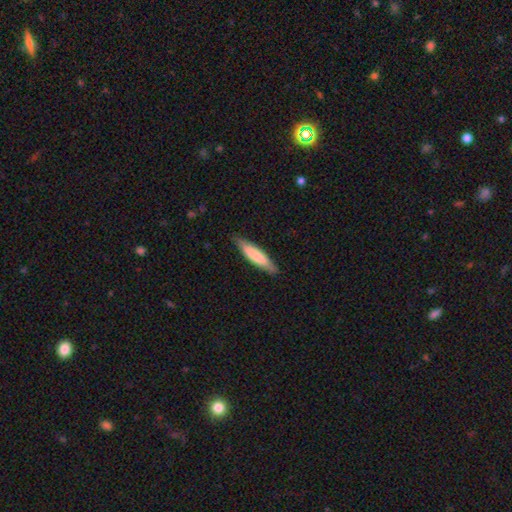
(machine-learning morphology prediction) Overall: smooth (74%). How rounded: cigar-shaped (80%). Merging: none (84%).